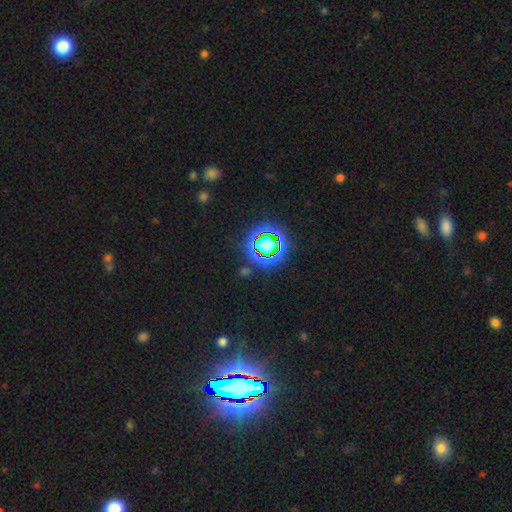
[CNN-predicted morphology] This appears to be a star or artifact, not a galaxy (83%).